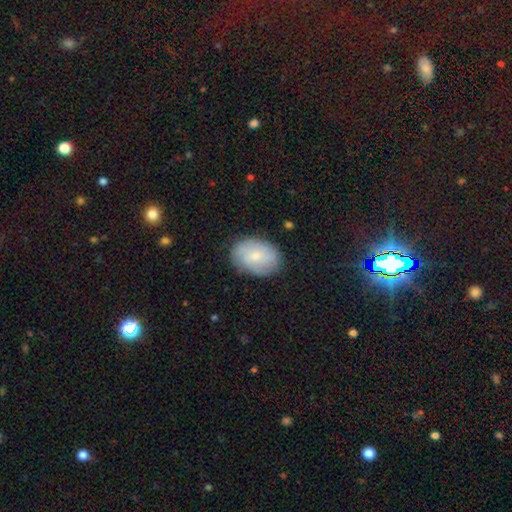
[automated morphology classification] Smooth or featured: smooth — 66% (featured or disk — 27%)
How rounded: in between — 79% (round — 20%)
Merging: none — 82% (minor disturbance — 13%)